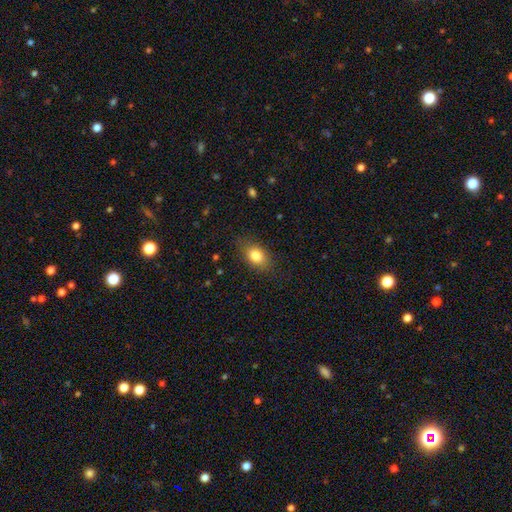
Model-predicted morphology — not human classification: Smooth or featured? Predicted: smooth (p=0.83). How rounded? Predicted: in between (p=0.81). Merging? Predicted: none (p=0.81).